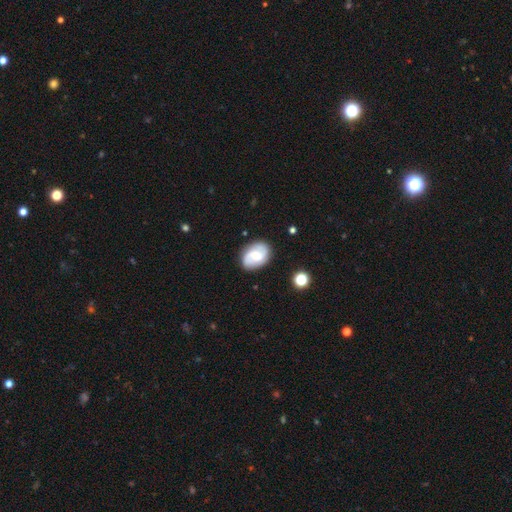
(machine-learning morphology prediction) Overall: featured or disk (60%; smooth 33%). Edge-on disk: no (97%). Bar: no (52%; weak 39%). Spiral arms: yes (85%). Bulge size: moderate (61%; small 33%). Merging: none (82%).